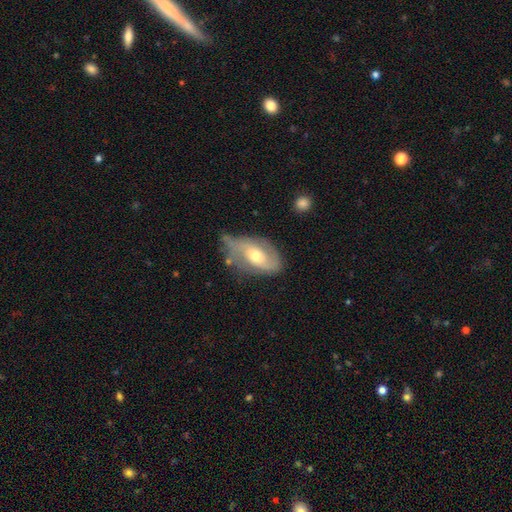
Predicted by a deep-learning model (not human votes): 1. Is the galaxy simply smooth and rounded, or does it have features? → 65% featured or disk, 28% smooth, 7% star or artifact.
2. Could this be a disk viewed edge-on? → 91% no, 9% yes.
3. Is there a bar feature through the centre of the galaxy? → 50% no, 36% weak, 15% strong.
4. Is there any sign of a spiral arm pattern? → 77% yes, 23% no.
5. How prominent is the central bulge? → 65% moderate, 29% small, 4% large, 1% none, 1% dominant.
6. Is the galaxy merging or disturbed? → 47% none, 35% minor disturbance, 14% major disturbance, 5% merger.